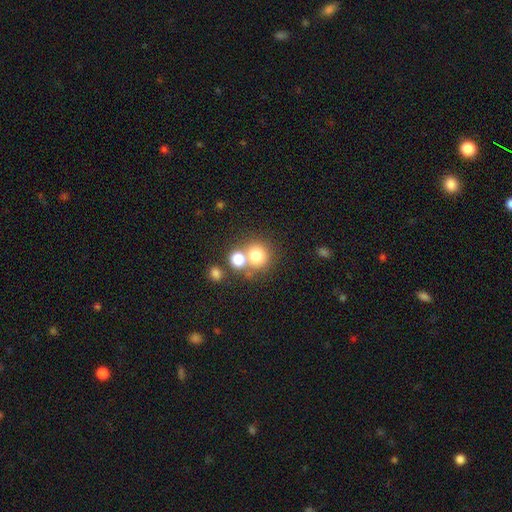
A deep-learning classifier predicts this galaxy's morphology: smooth_or_featured: smooth (p=0.75) [alt: star or artifact p=0.14]
how_rounded: round (p=0.88) [alt: in between p=0.11]
merging: none (p=0.55) [alt: merger p=0.34]